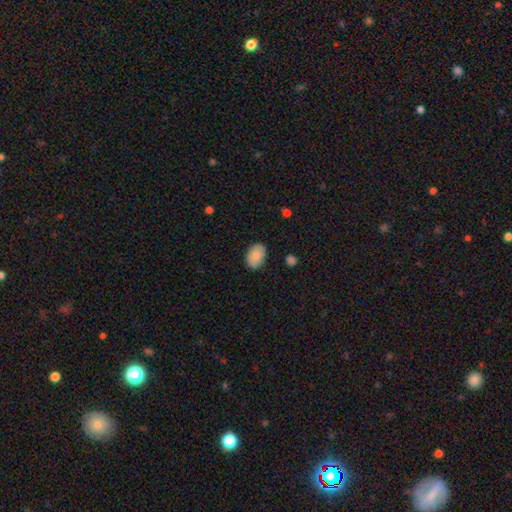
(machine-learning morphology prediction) Smooth or featured? Predicted: smooth (p=0.82). How rounded? Predicted: in between (p=0.79). Merging? Predicted: none (p=0.81).